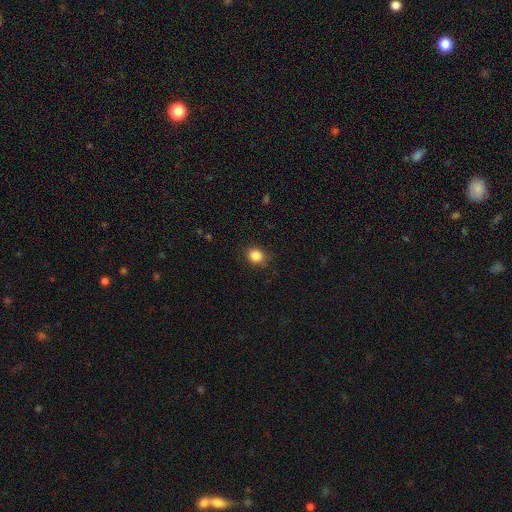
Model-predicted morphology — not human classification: type=smooth (86%); roundness=round (71%); merging=none (85%).